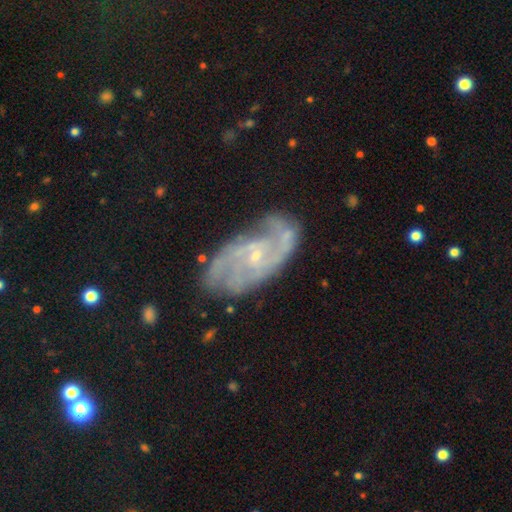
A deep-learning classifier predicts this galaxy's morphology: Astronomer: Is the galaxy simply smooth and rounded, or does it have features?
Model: featured or disk — 86%.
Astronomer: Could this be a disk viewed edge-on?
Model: no — 96%.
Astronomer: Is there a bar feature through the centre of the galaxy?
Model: no — 56% (runner-up: weak, 37%).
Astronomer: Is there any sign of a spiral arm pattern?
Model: yes — 95%.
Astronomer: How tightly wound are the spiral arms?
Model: medium — 46% (runner-up: tight, 38%).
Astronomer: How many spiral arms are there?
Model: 2 — 40% (runner-up: can't tell, 24%).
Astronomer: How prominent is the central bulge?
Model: small — 82%.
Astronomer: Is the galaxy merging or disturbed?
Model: none — 65%.